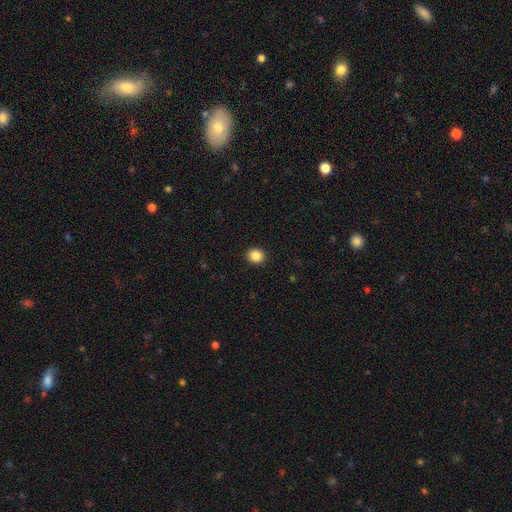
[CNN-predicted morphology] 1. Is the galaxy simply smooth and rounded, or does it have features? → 87% smooth, 10% star or artifact, 4% featured or disk.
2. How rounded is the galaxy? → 73% round, 26% in between, 1% cigar-shaped.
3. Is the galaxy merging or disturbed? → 92% none, 6% minor disturbance, 2% major disturbance, 1% merger.